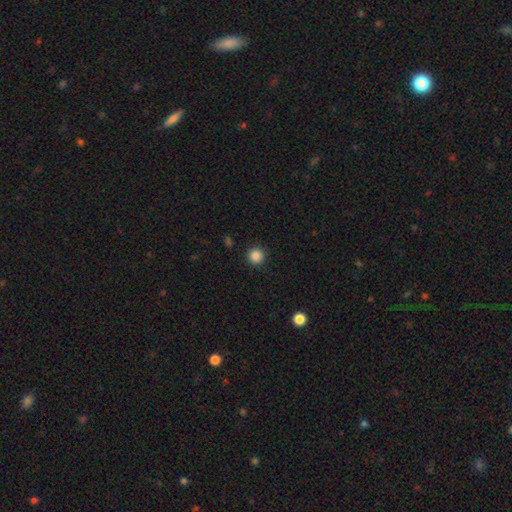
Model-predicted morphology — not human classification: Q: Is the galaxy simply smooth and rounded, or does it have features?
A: smooth — 87%.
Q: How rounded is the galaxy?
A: round — 96%.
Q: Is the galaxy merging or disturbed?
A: none — 92%.